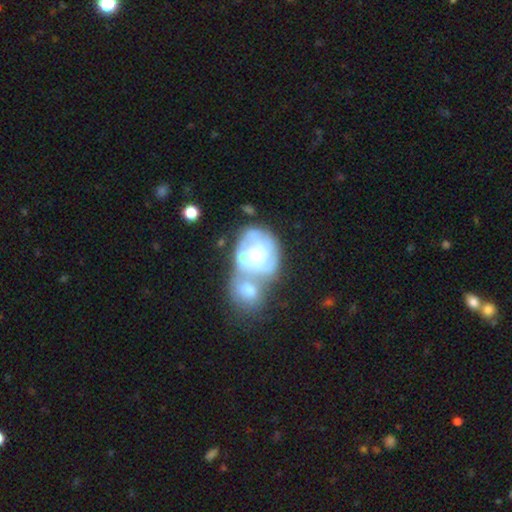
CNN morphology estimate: smooth_or_featured: featured or disk (p=0.73) [alt: smooth p=0.20]
disk_edge_on: no (p=0.97) [alt: yes p=0.03]
bar: no (p=0.74) [alt: weak p=0.21]
has_spiral_arms: yes (p=0.75) [alt: no p=0.25]
spiral_winding: tight (p=0.64) [alt: medium p=0.27]
spiral_arm_count: can't tell (p=0.47) [alt: 3 p=0.19]
bulge_size: moderate (p=0.53) [alt: small p=0.40]
merging: merger (p=0.63) [alt: none p=0.20]